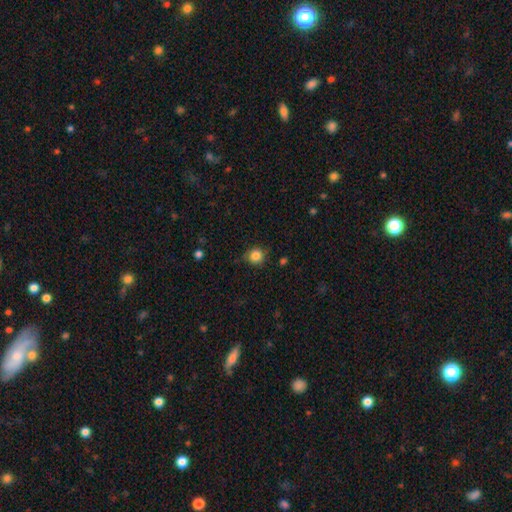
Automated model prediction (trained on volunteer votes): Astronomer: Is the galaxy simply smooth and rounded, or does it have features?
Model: smooth — 84%.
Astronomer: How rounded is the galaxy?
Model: round — 91%.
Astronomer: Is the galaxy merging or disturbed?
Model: none — 81%.